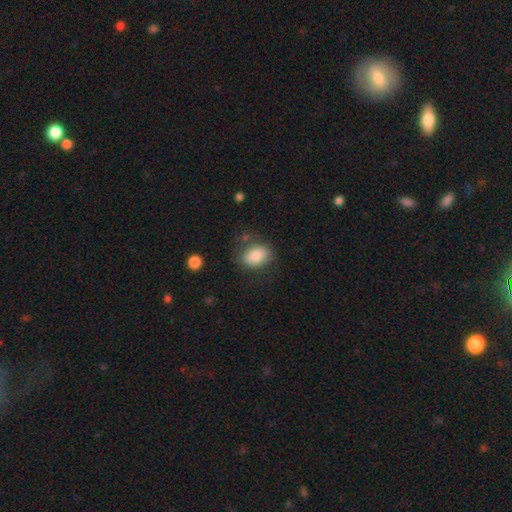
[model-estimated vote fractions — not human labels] This is clearly a smooth galaxy (82%). How rounded: likely in between (77%). Merging: likely none (74%).